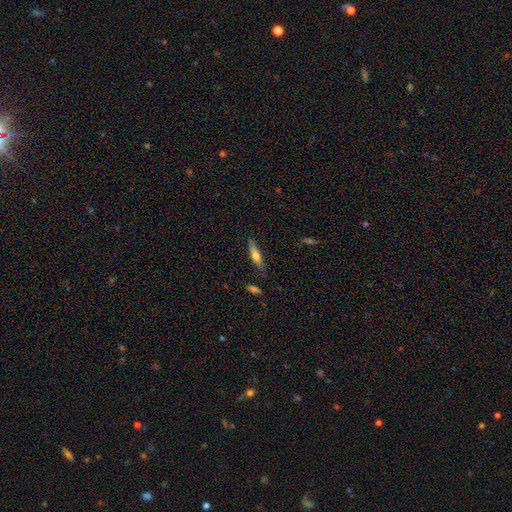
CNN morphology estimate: A smooth galaxy with no disk features (50%) that is cigar-shaped (79%). Merging: none (83%).